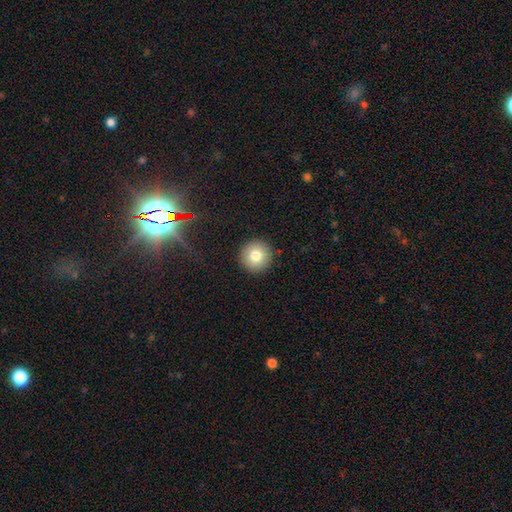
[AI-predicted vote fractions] Q: Smooth or featured?
A: smooth (80%); runner-up: star or artifact (10%)
Q: How rounded?
A: round (95%); runner-up: in between (4%)
Q: Merging?
A: none (92%); runner-up: minor disturbance (5%)